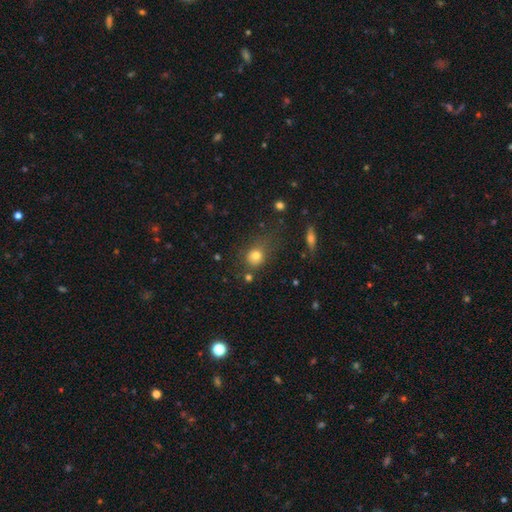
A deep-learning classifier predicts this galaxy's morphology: This is likely a smooth galaxy (76%). How rounded: likely round (72%). Merging: possibly none (57%).